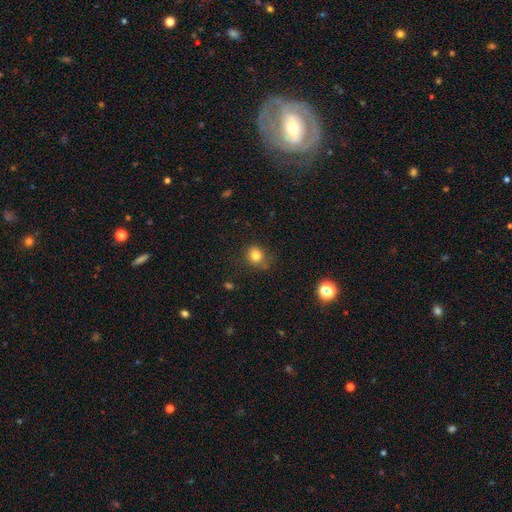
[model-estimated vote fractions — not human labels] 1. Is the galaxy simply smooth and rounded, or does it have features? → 81% smooth, 12% star or artifact, 7% featured or disk.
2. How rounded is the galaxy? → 72% round, 27% in between, 1% cigar-shaped.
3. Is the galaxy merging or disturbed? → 71% none, 21% minor disturbance, 6% major disturbance, 2% merger.